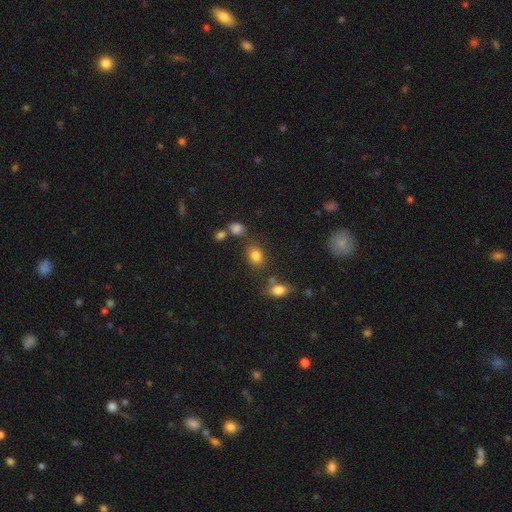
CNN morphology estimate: Overall: smooth (81%). How rounded: in between (57%; round 42%). Merging: none (71%).